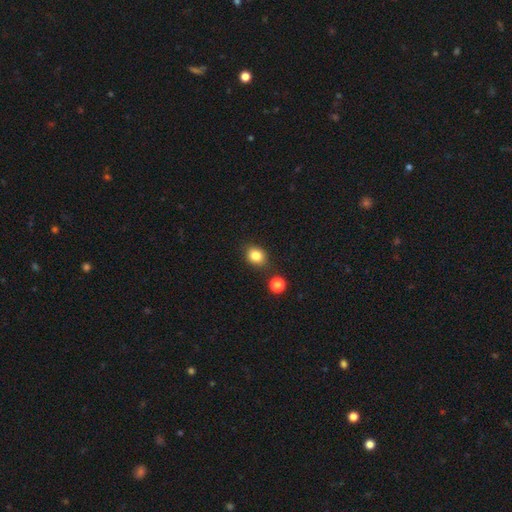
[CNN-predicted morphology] type=smooth (83%); roundness=round (61%); merging=none (80%).